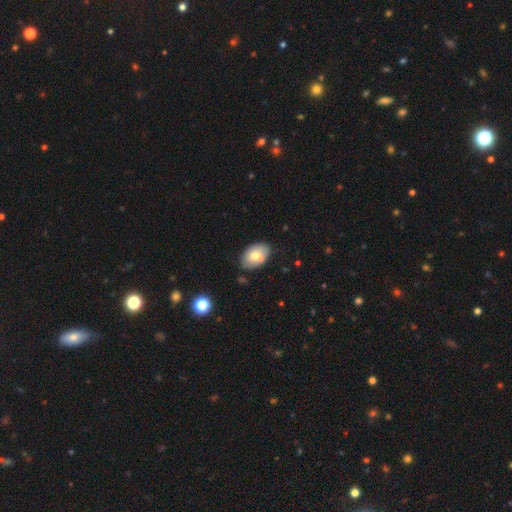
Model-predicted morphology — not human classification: Smooth or featured: smooth — 71% (featured or disk — 22%)
How rounded: in between — 89% (round — 10%)
Merging: none — 72% (minor disturbance — 17%)